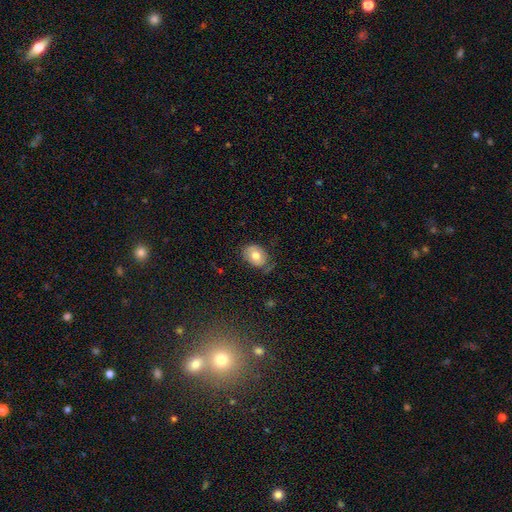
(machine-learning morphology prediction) This appears to be a smooth galaxy with no disk features (72%) that is in between round and cigar-shaped (70%). Merging: none (67%).